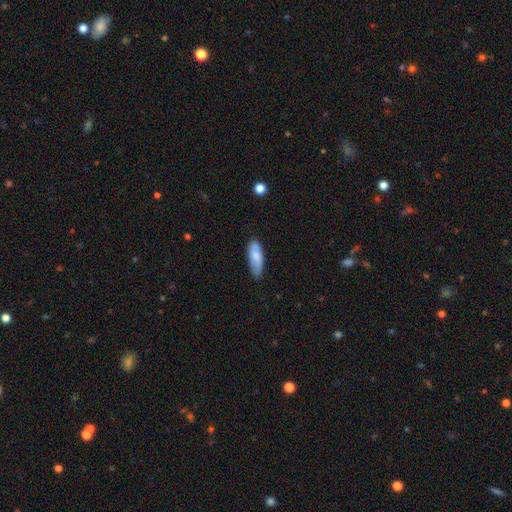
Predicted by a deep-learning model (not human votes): Q: Smooth or featured?
A: smooth (74%); runner-up: featured or disk (20%)
Q: How rounded?
A: in between (68%); runner-up: cigar-shaped (30%)
Q: Merging?
A: none (72%); runner-up: minor disturbance (22%)